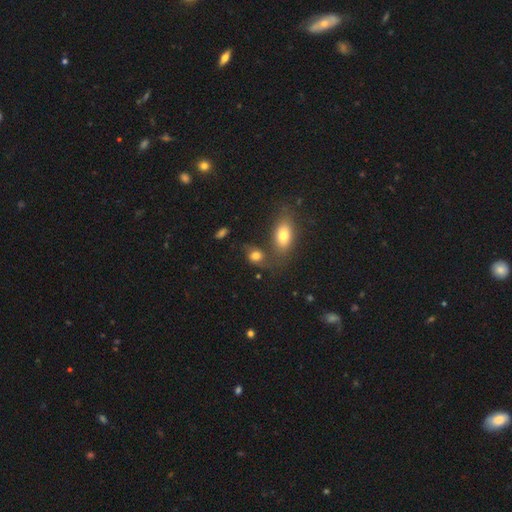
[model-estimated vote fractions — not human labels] smooth 72%, featured or disk 16%, star or artifact 12%. Down the decision tree: how rounded — in between (56%); merging — none (44%).